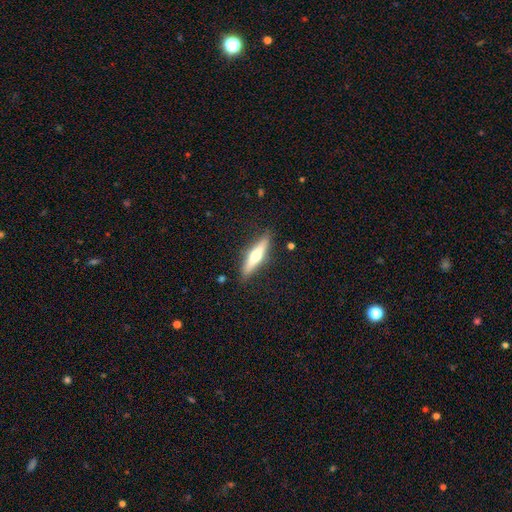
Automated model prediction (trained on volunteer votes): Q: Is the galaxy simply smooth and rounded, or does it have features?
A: featured or disk — 55%.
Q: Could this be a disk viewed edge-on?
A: yes — 93%.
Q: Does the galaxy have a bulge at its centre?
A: rounded — 93%.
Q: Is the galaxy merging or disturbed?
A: none — 87%.